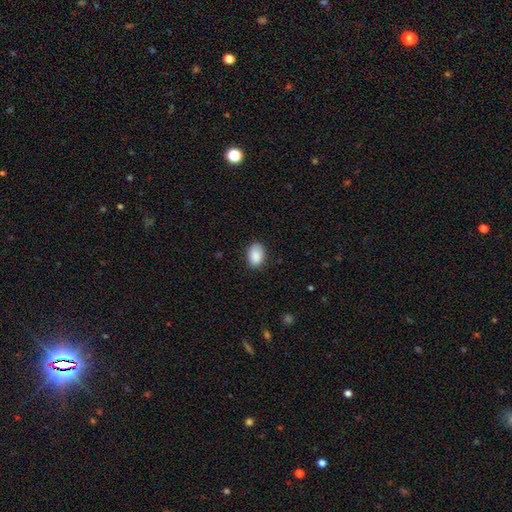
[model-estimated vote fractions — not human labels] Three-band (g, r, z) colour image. It shows a smooth galaxy with no disk features (90%) that is in between round and cigar-shaped (85%). Merging: none (84%).